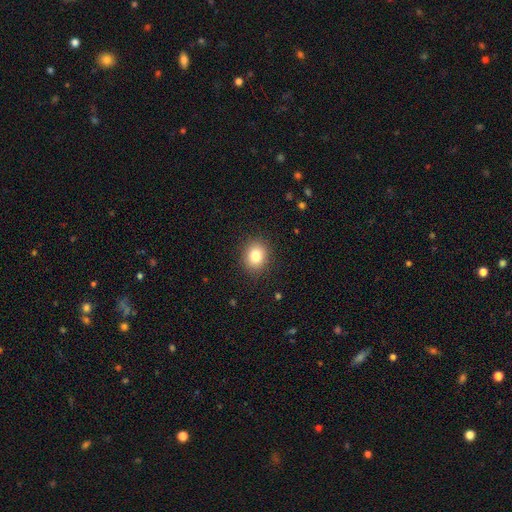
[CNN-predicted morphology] Smooth or featured? smooth (82%)
How rounded? round (62%)
Merging? none (89%)